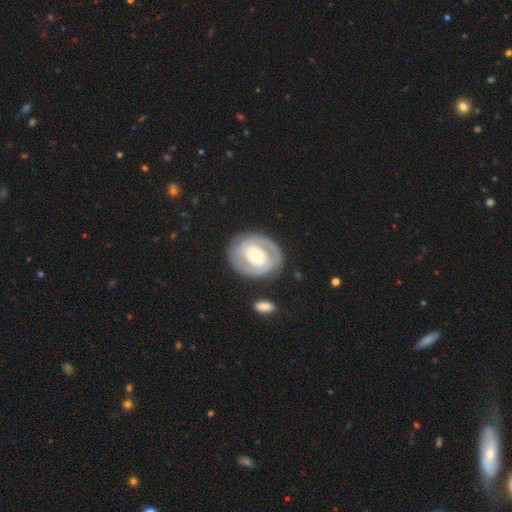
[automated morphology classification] featured or disk 77%, smooth 18%, star or artifact 5%. Down the decision tree: edge-on disk — no (97%); bar — no (69%); spiral arms — yes (75%); spiral arm count — 2 (56%); spiral winding — tight (71%); bulge size — moderate (66%); merging — none (79%).